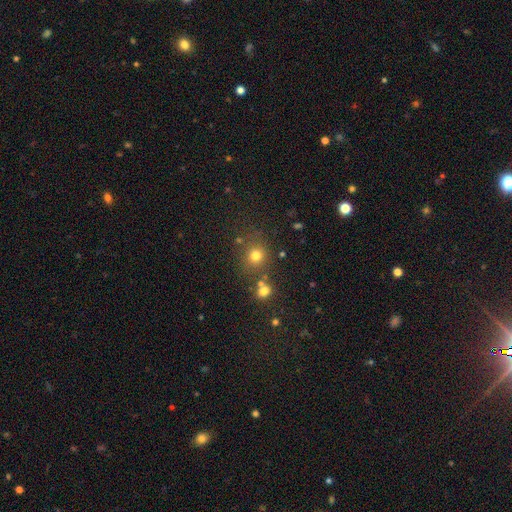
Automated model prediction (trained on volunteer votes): Smooth or featured? smooth (74%)
How rounded? round (85%)
Merging? none (73%)